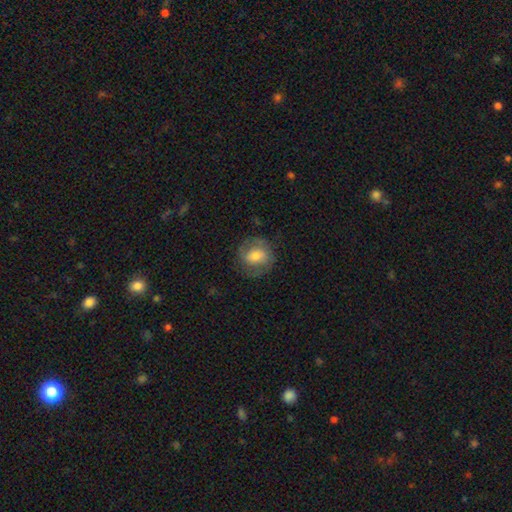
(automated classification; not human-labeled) This is possibly a smooth galaxy (53%). How rounded: likely round (71%). Merging: likely none (71%).